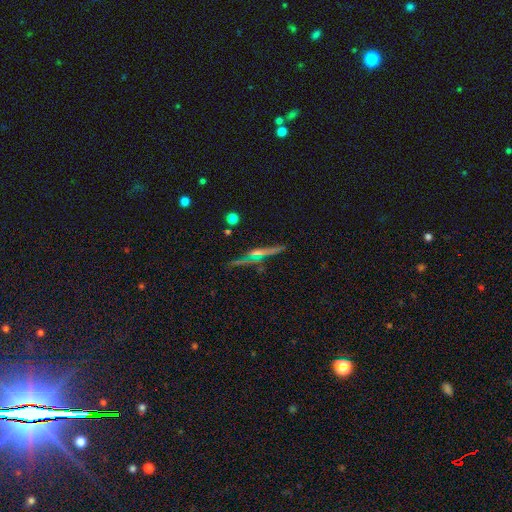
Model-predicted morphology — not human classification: featured or disk 74%, smooth 14%, star or artifact 11%. Down the decision tree: edge-on disk — yes (95%); edge-on bulge — rounded (74%); merging — none (78%).